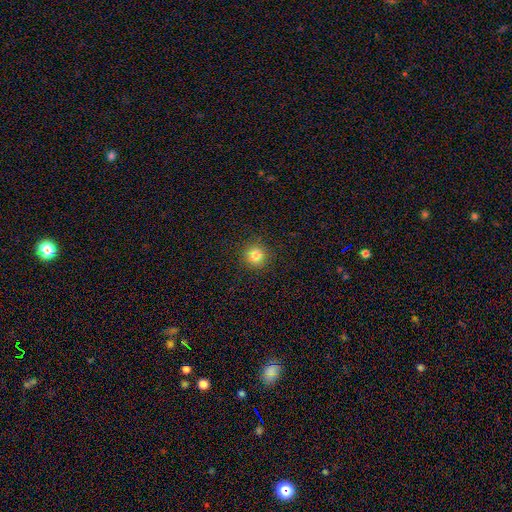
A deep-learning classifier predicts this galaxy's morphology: This is clearly a smooth galaxy (80%). How rounded: clearly round (92%). Merging: clearly none (91%).